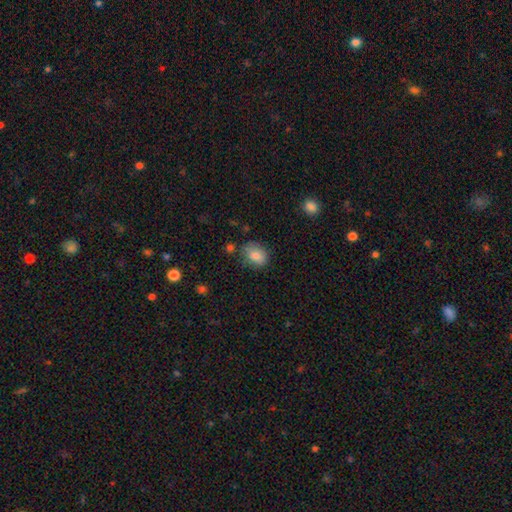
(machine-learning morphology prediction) Smooth or featured? Predicted: smooth (p=0.81). How rounded? Predicted: in between (p=0.62). Merging? Predicted: none (p=0.71).